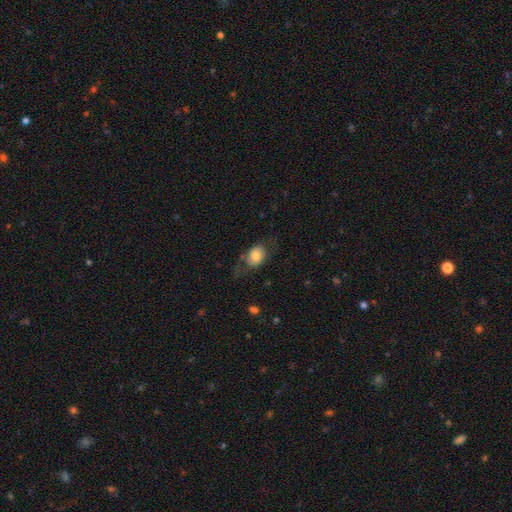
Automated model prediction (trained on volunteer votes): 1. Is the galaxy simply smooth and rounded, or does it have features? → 69% smooth, 23% featured or disk, 8% star or artifact.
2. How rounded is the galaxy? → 71% in between, 28% round, 1% cigar-shaped.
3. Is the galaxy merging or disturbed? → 51% none, 24% major disturbance, 23% minor disturbance, 2% merger.